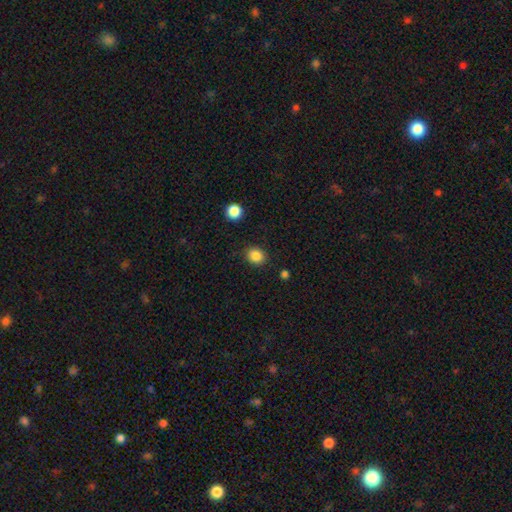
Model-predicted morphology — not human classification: type=smooth (86%); roundness=round (71%); merging=none (87%).